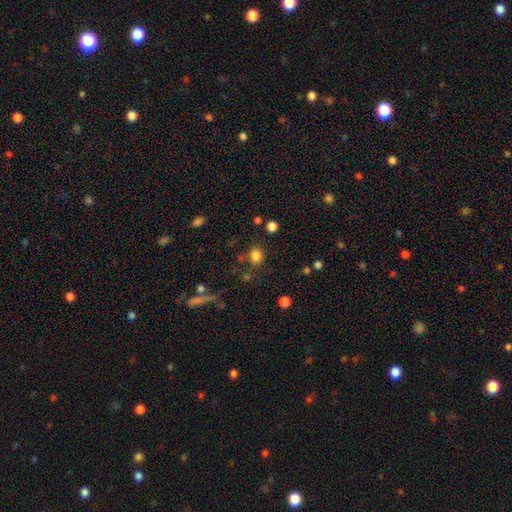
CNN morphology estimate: Overall: smooth (81%). How rounded: round (69%; in between 30%). Merging: none (78%).